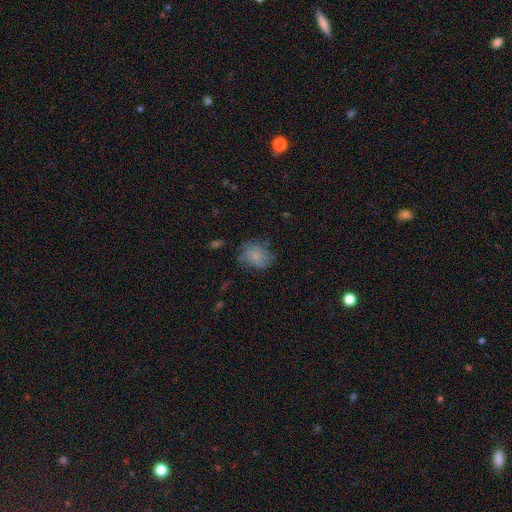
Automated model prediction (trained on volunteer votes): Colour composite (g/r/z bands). It shows a smooth galaxy with no disk features (70%) that is in between round and cigar-shaped (54%). Merging: none (60%).